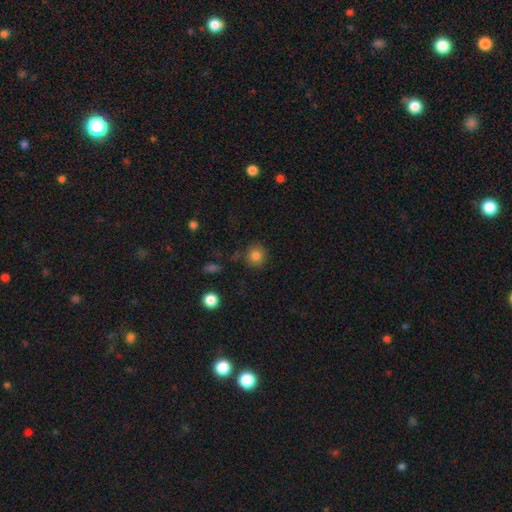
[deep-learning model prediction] A smooth galaxy with no disk features (83%) that is round (92%).

Vote fractions:
- Smooth or featured? smooth: 83% / star or artifact: 11% / featured or disk: 6%
- How rounded? round: 92% / in between: 7% / cigar-shaped: 1%
- Merging? none: 83% / minor disturbance: 11% / major disturbance: 3% / merger: 3%